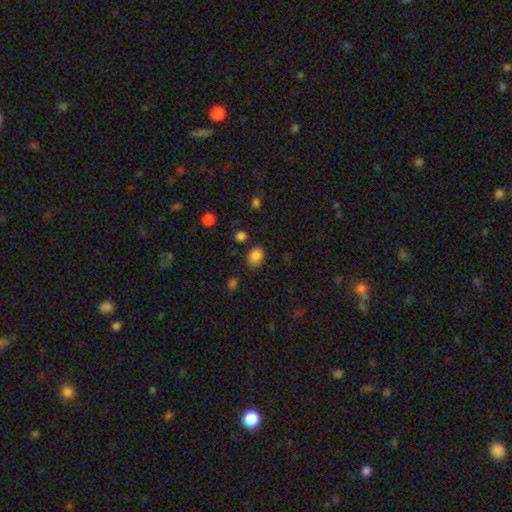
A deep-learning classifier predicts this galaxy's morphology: smooth_or_featured: smooth (p=0.85) [alt: star or artifact p=0.11]
how_rounded: in between (p=0.66) [alt: round p=0.33]
merging: none (p=0.77) [alt: minor disturbance p=0.16]